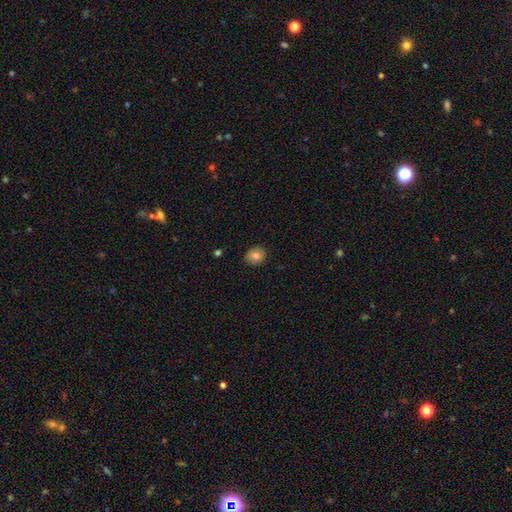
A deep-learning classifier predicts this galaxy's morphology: Smooth or featured? smooth (81%)
How rounded? round (65%)
Merging? none (88%)